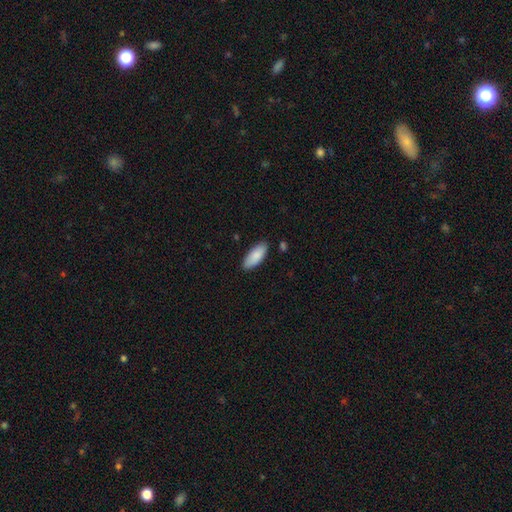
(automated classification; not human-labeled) smooth_or_featured: smooth (p=0.87) [alt: featured or disk p=0.07]
how_rounded: in between (p=0.81) [alt: cigar-shaped p=0.17]
merging: none (p=0.86) [alt: minor disturbance p=0.10]